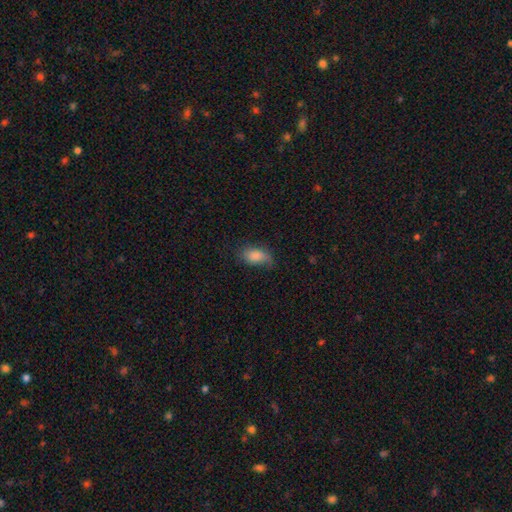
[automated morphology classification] Smooth or featured? smooth (81%)
How rounded? in between (91%)
Merging? none (55%)